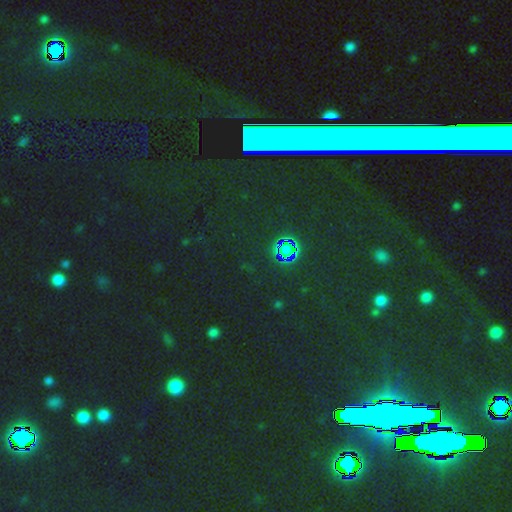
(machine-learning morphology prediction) smooth_or_featured: star or artifact (p=0.75) [alt: smooth p=0.13]